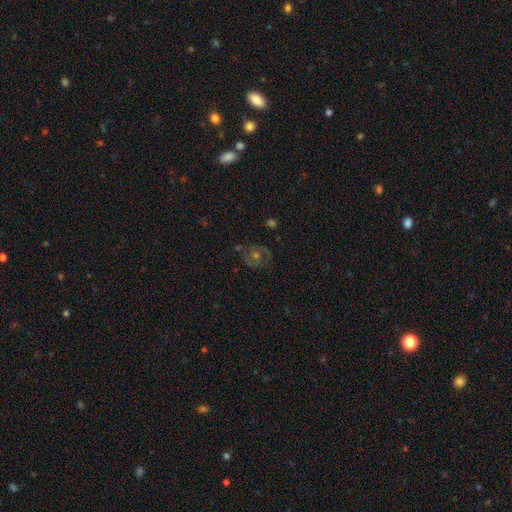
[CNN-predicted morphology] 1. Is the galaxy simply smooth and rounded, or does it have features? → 64% featured or disk, 19% smooth, 17% star or artifact.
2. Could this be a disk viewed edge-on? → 97% no, 3% yes.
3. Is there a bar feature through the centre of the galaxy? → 72% no, 23% weak, 5% strong.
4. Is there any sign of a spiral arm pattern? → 79% yes, 21% no.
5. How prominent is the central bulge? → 59% moderate, 31% small, 5% large, 3% none, 2% dominant.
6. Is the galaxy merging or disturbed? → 77% none, 14% minor disturbance, 7% major disturbance, 3% merger.